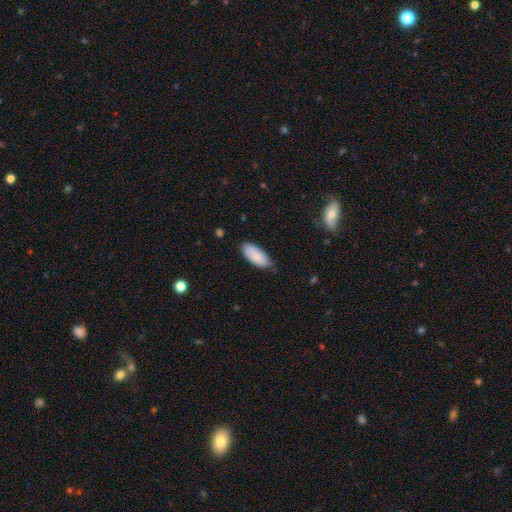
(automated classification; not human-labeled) Overall: smooth (85%). How rounded: in between (89%). Merging: none (70%).